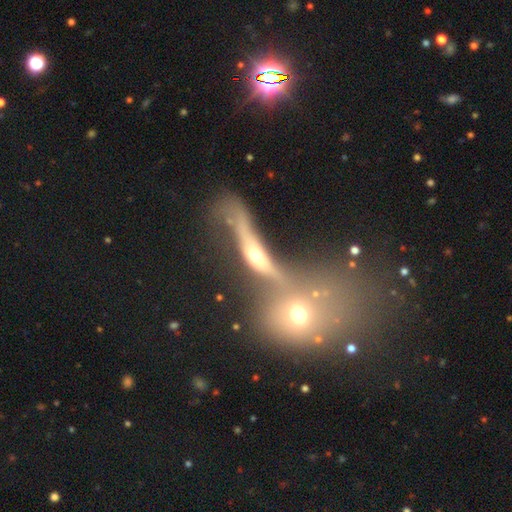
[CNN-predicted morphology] Smooth or featured: featured or disk — 54% (smooth — 33%)
Edge-on disk: yes — 55% (no — 45%)
Merging: merger — 55% (none — 20%)